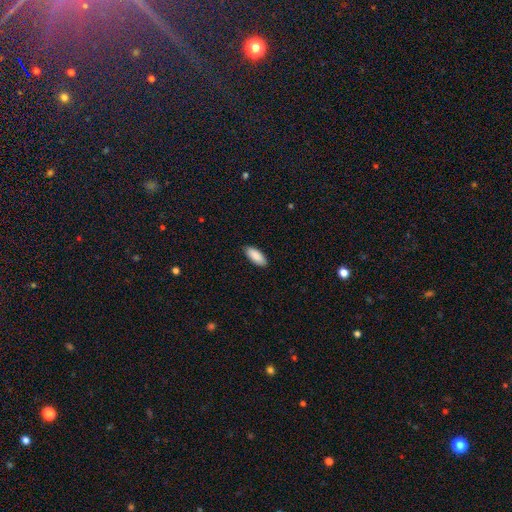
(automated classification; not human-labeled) This is clearly a smooth galaxy (90%). How rounded: clearly in between (84%). Merging: clearly none (89%).